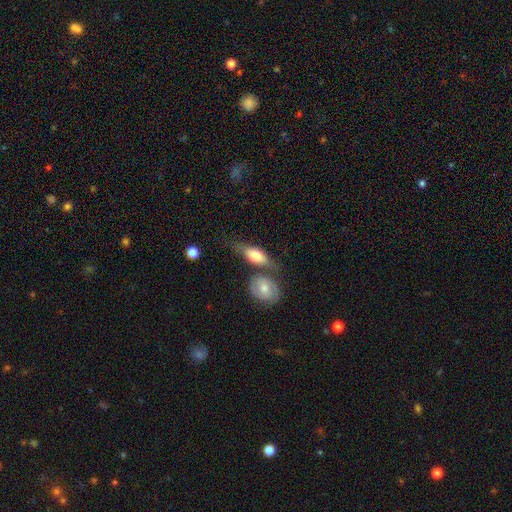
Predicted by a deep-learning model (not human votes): Smooth or featured? smooth (63%)
How rounded? in between (76%)
Merging? none (44%)